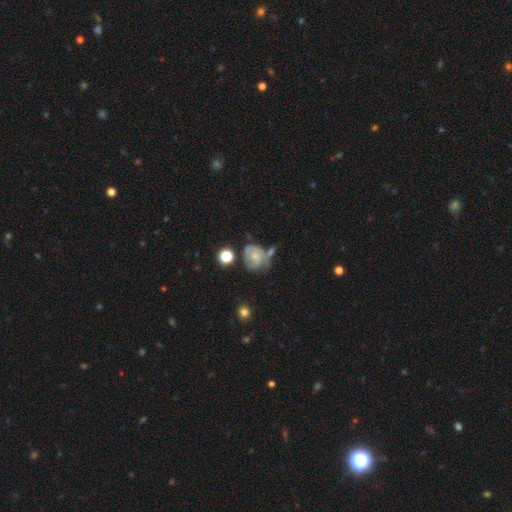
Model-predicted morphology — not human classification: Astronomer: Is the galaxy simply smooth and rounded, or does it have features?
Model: featured or disk — 48% (runner-up: smooth, 42%).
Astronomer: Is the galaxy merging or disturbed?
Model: none — 33% (runner-up: minor disturbance, 25%).